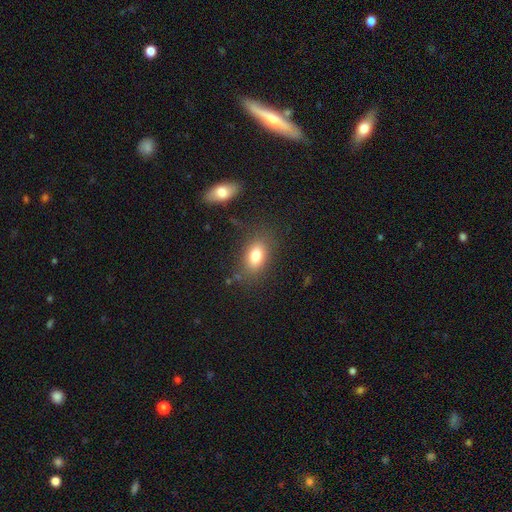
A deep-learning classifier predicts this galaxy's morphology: Smooth or featured: smooth — 80% (featured or disk — 11%)
How rounded: in between — 84% (round — 13%)
Merging: none — 78% (minor disturbance — 13%)